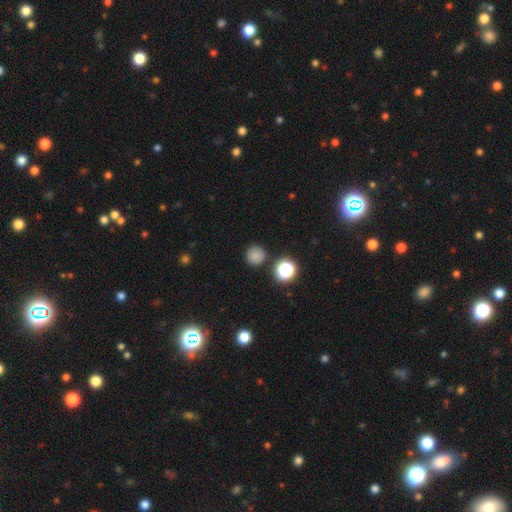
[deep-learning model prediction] A smooth galaxy with no disk features (80%) that is round (93%).

Vote fractions:
- Smooth or featured? smooth: 80% / star or artifact: 16% / featured or disk: 5%
- How rounded? round: 93% / in between: 6% / cigar-shaped: 1%
- Merging? none: 86% / minor disturbance: 8% / merger: 4% / major disturbance: 3%